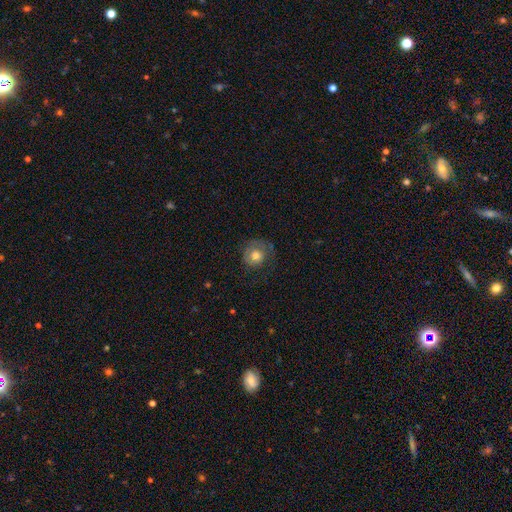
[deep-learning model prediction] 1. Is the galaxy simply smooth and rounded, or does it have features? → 65% smooth, 27% featured or disk, 8% star or artifact.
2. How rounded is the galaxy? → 86% round, 13% in between, 1% cigar-shaped.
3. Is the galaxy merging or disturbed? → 56% none, 22% minor disturbance, 21% major disturbance, 2% merger.